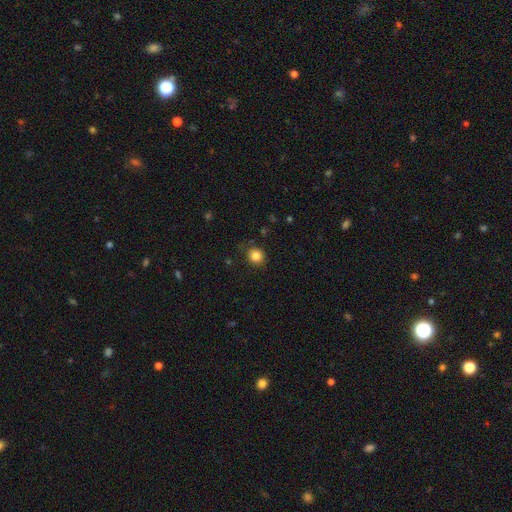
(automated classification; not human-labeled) Smooth or featured?
  - smooth: 84% *
  - star or artifact: 11%
  - featured or disk: 5%
How rounded?
  - round: 88% *
  - in between: 11%
  - cigar-shaped: 1%
Merging?
  - none: 84% *
  - minor disturbance: 11%
  - major disturbance: 3%
  - merger: 1%